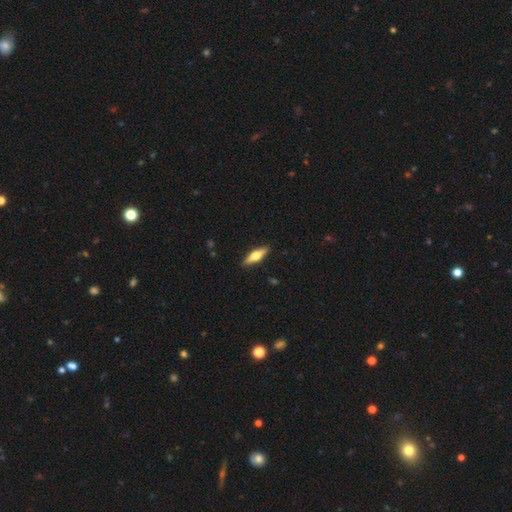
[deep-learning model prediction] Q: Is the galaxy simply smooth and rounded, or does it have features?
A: featured or disk — 53%.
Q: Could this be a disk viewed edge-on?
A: yes — 94%.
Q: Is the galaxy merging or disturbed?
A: none — 89%.